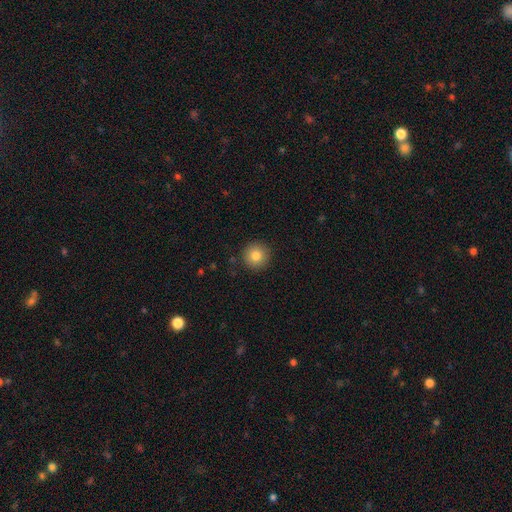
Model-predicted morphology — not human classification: This appears to be a smooth galaxy with no disk features (82%) that is round (95%). Merging: none (91%).